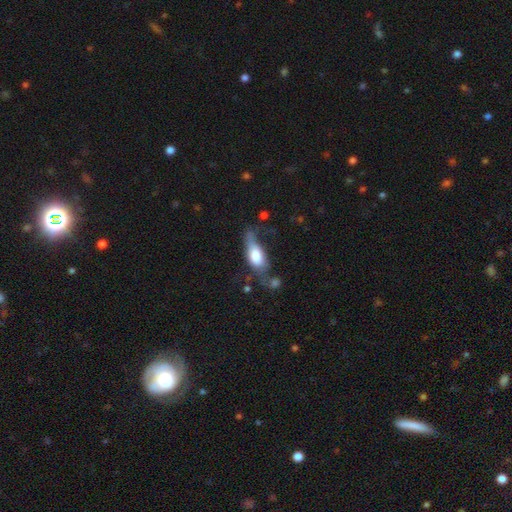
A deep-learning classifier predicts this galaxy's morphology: Smooth or featured: smooth — 64% (featured or disk — 29%)
How rounded: in between — 79% (cigar-shaped — 17%)
Merging: major disturbance — 30% (none — 29%)